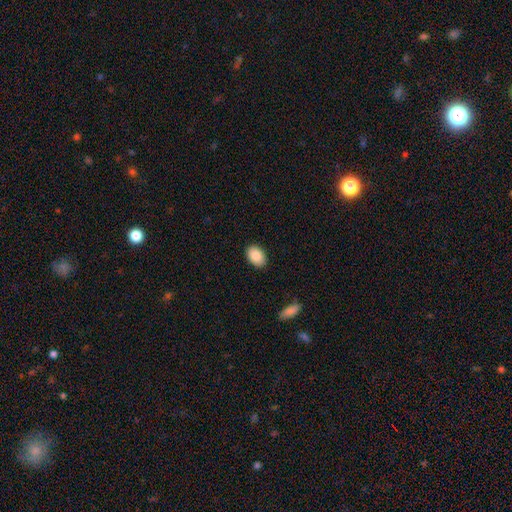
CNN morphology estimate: A smooth galaxy with no disk features (86%) that is in between round and cigar-shaped (86%).

Vote fractions:
- Smooth or featured? smooth: 86% / featured or disk: 7% / star or artifact: 7%
- How rounded? in between: 86% / round: 13% / cigar-shaped: 1%
- Merging? none: 89% / minor disturbance: 8% / major disturbance: 2% / merger: 1%